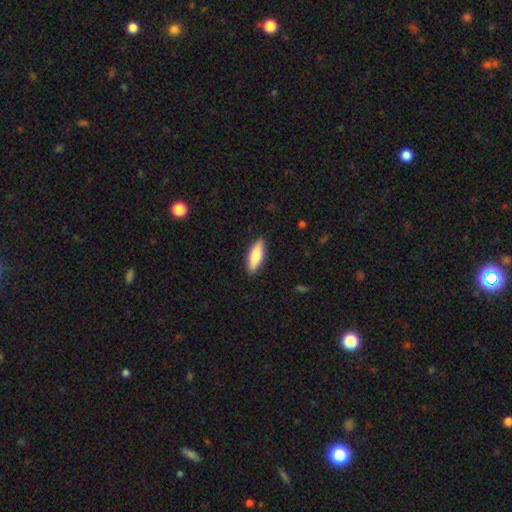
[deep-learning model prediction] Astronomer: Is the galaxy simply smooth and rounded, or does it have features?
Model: smooth — 76%.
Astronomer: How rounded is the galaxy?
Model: in between — 51% (runner-up: cigar-shaped, 47%).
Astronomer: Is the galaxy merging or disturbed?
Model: none — 89%.